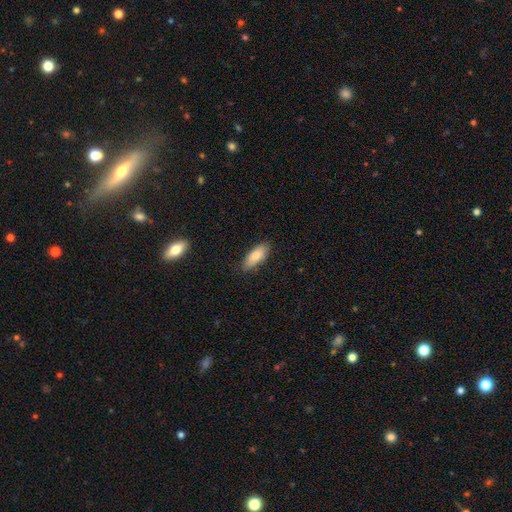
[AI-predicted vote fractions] Smooth or featured?
  - smooth: 78% *
  - featured or disk: 16%
  - star or artifact: 6%
How rounded?
  - in between: 77% *
  - cigar-shaped: 21%
  - round: 2%
Merging?
  - none: 84% *
  - minor disturbance: 12%
  - major disturbance: 2%
  - merger: 1%